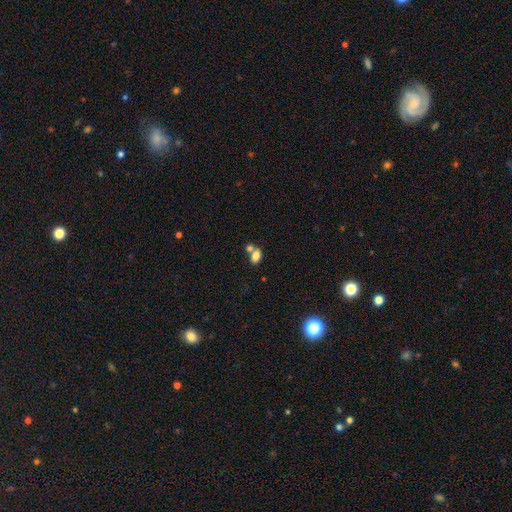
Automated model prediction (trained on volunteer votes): A smooth galaxy with no disk features (80%) that is in between round and cigar-shaped (82%). Merging: merger (46%).